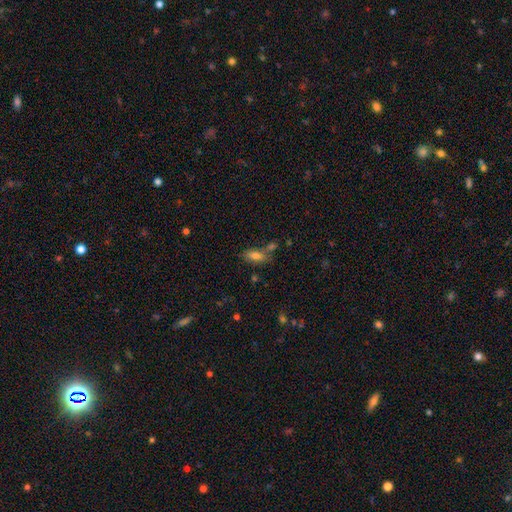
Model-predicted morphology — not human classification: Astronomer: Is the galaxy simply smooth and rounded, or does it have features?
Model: smooth — 75%.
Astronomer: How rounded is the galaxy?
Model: in between — 79%.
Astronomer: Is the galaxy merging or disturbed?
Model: none — 57%.